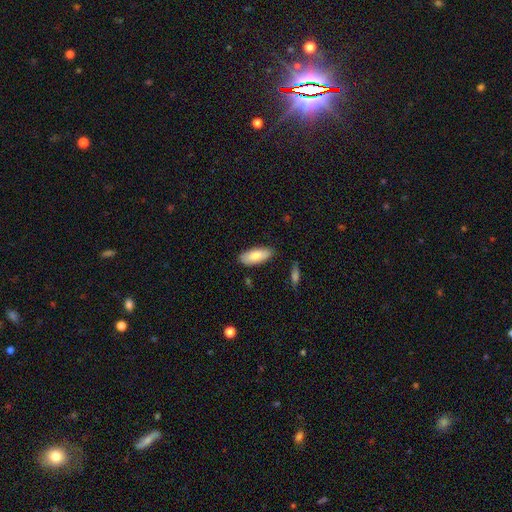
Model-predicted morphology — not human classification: Overall: smooth (77%). How rounded: in between (82%). Merging: none (82%).